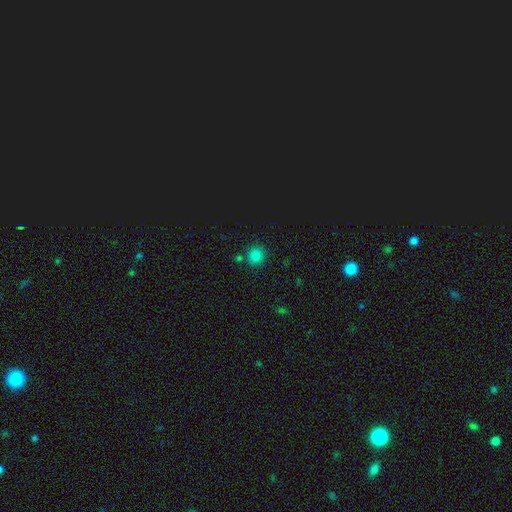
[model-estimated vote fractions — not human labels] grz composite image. It shows a smooth galaxy with no disk features (78%) that is round (90%). Merging: none (81%).